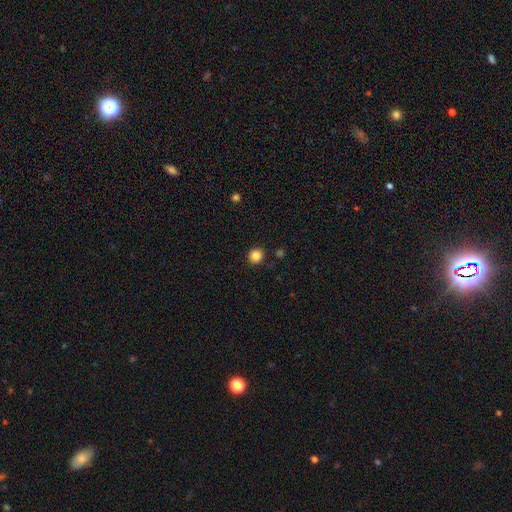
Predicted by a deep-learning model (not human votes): smooth 85%, star or artifact 11%, featured or disk 4%. Down the decision tree: how rounded — round (93%); merging — none (91%).